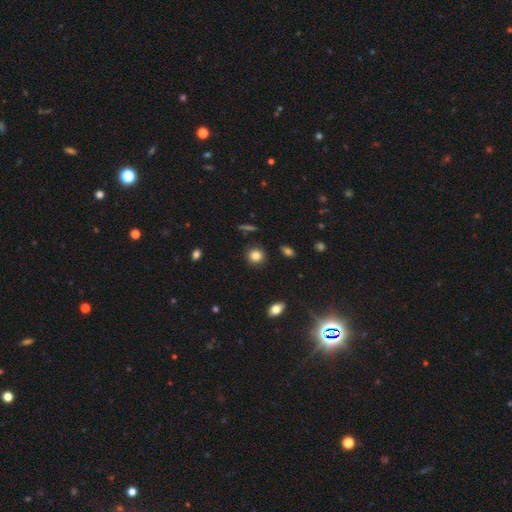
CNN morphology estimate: This appears to be a smooth galaxy with no disk features (84%) that is round (88%). Merging: none (91%).